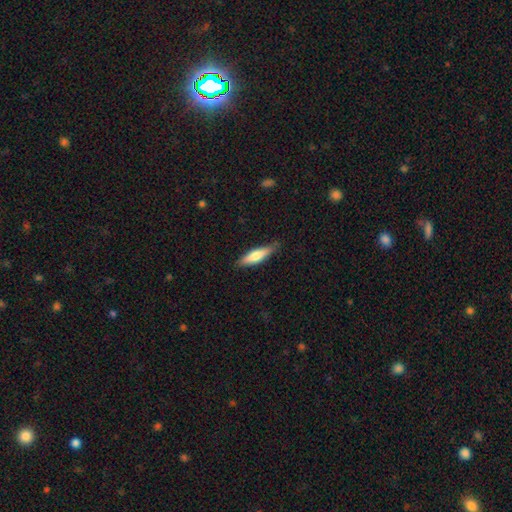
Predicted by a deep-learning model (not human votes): The model was most divided on "how rounded": cigar-shaped: 64%, in between: 34%, round: 2%. More confident: merging — none (82%); smooth or featured — smooth (69%).